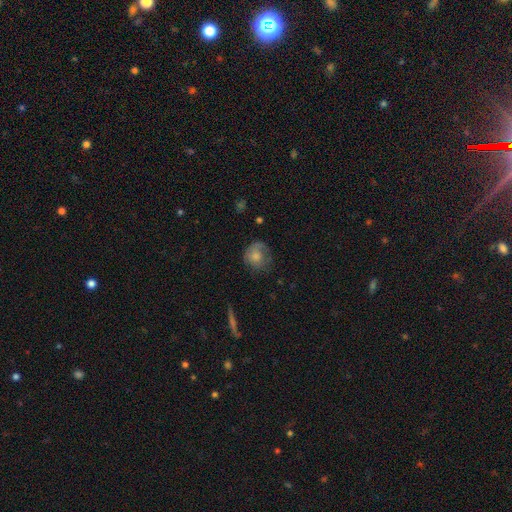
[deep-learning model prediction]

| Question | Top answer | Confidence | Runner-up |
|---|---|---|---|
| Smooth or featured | smooth | 68% | featured or disk (24%) |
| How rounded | round | 78% | in between (21%) |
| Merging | none | 54% | minor disturbance (27%) |